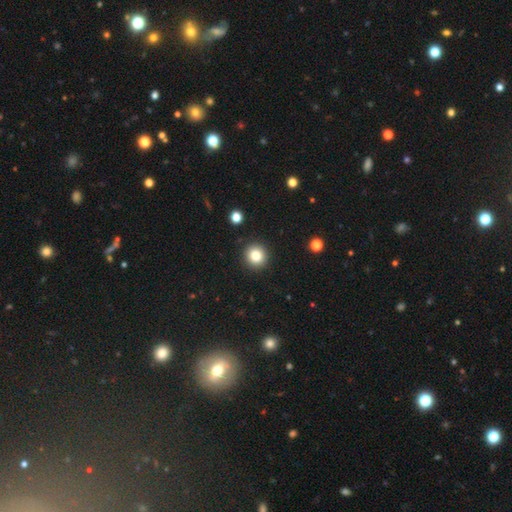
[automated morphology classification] smooth-or-featured: smooth: 82% | star or artifact: 11% | featured or disk: 7%
  how-rounded: round: 93% | in between: 6% | cigar-shaped: 1%
  merging: none: 91% | minor disturbance: 5% | major disturbance: 2% | merger: 2%